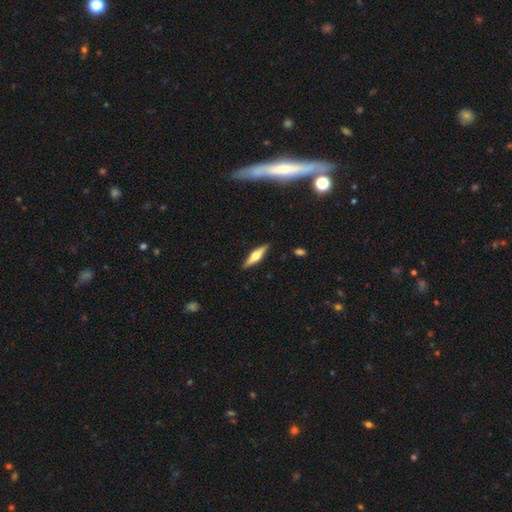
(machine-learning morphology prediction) This appears to be a featured or disk galaxy (61%) viewed edge-on (96%) with a rounded central bulge (94%). Merging: none (90%).